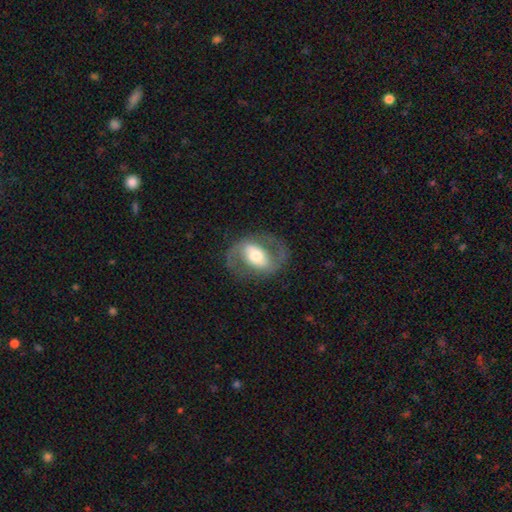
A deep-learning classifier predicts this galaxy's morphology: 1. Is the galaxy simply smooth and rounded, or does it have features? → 77% featured or disk, 17% smooth, 6% star or artifact.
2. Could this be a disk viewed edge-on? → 96% no, 4% yes.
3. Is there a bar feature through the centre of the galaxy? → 36% weak, 33% strong, 31% no.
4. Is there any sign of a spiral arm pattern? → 82% yes, 18% no.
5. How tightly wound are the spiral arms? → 52% medium, 32% loose, 17% tight.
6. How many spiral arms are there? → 90% 2, 4% can't tell, 2% 1, 1% 3, 1% 4, 1% more than 4.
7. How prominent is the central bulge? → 62% moderate, 22% large, 12% small, 3% dominant, 1% none.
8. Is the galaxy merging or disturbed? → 76% none, 12% minor disturbance, 11% major disturbance, 1% merger.